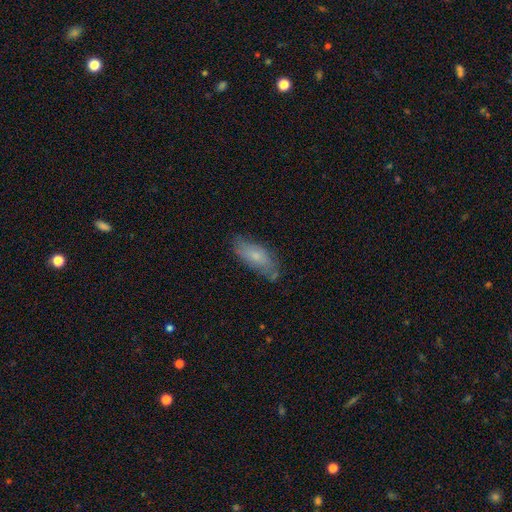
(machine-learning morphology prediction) Smooth or featured?
  - smooth: 66% *
  - featured or disk: 27%
  - star or artifact: 7%
How rounded?
  - in between: 78% *
  - cigar-shaped: 20%
  - round: 2%
Merging?
  - none: 67% *
  - minor disturbance: 25%
  - major disturbance: 6%
  - merger: 3%